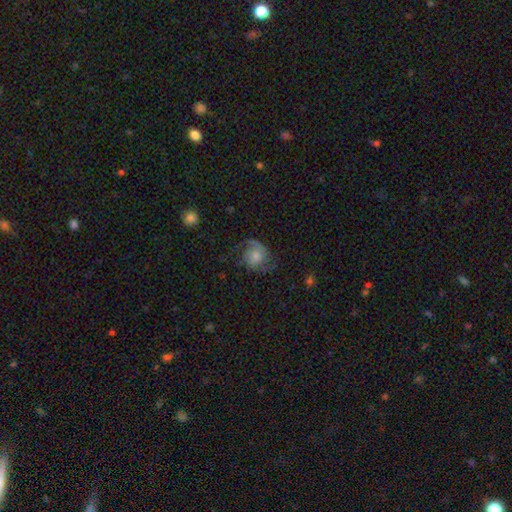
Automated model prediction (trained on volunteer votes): Smooth or featured? featured or disk (64%)
Edge-on disk? no (97%)
Bar? no (74%)
Spiral arms? yes (91%)
Spiral winding? medium (43%)
Spiral arm count? 2 (73%)
Bulge size? moderate (47%)
Merging? none (59%)